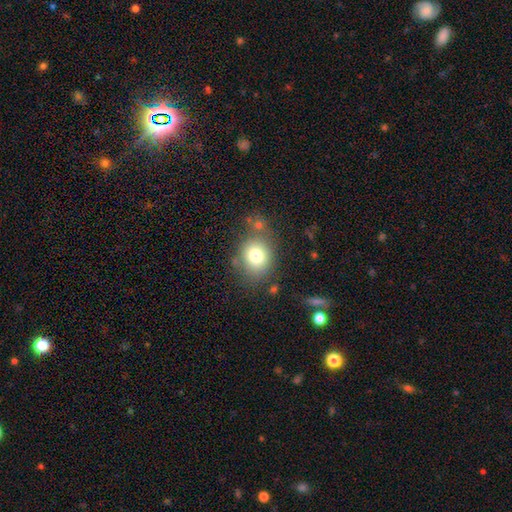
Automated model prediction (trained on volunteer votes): The model was most divided on "how rounded": round: 62%, in between: 37%, cigar-shaped: 1%. More confident: smooth or featured — smooth (76%); merging — none (69%).